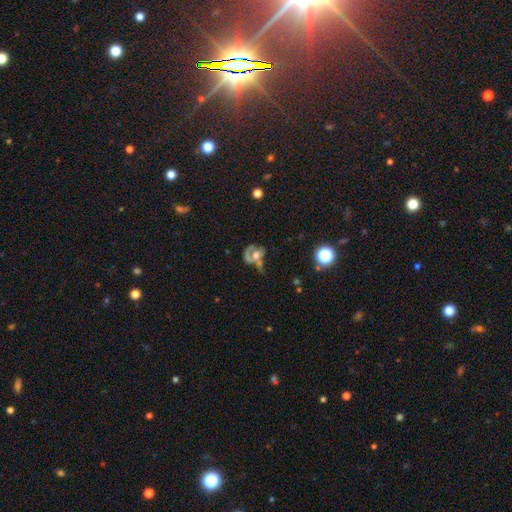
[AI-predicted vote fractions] Smooth or featured? featured or disk (54%)
Edge-on disk? no (96%)
Bar? no (78%)
Spiral arms? no (55%)
Bulge size? moderate (54%)
Merging? merger (32%)